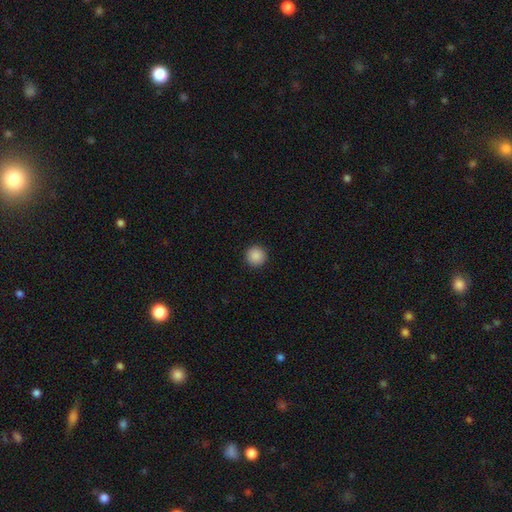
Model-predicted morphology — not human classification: This appears to be a smooth galaxy with no disk features (89%) that is round (96%). Merging: none (93%).